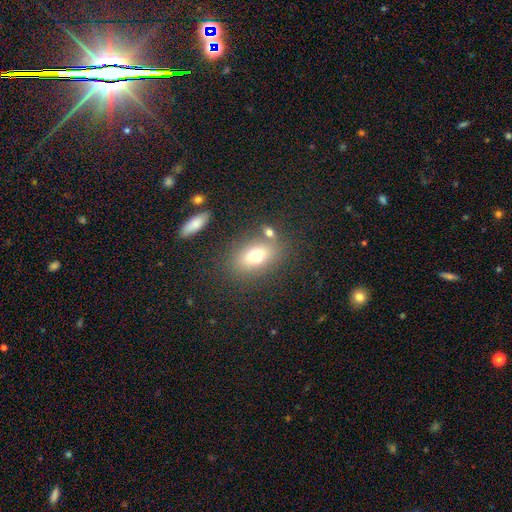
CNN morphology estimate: This appears to be a smooth galaxy with no disk features (72%) that is in between round and cigar-shaped (77%). Merging: none (70%).